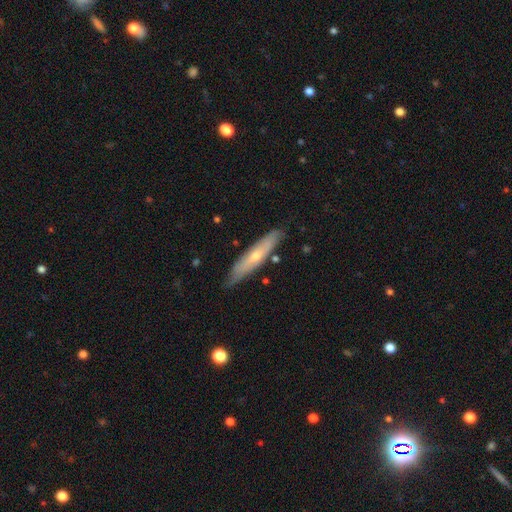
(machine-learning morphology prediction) Smooth or featured? Predicted: featured or disk (p=0.50). Merging? Predicted: none (p=0.80).